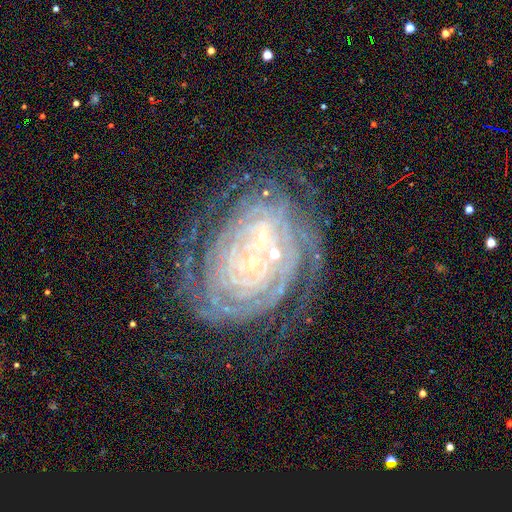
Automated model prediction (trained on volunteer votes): Q: Smooth or featured?
A: featured or disk (84%); runner-up: star or artifact (10%)
Q: Edge-on disk?
A: no (96%); runner-up: yes (4%)
Q: Bar?
A: no (60%); runner-up: weak (25%)
Q: Spiral arms?
A: yes (96%); runner-up: no (4%)
Q: Spiral winding?
A: tight (86%); runner-up: medium (11%)
Q: Spiral arm count?
A: can't tell (29%); runner-up: more than 4 (19%)
Q: Bulge size?
A: small (86%); runner-up: moderate (7%)
Q: Merging?
A: none (65%); runner-up: minor disturbance (17%)